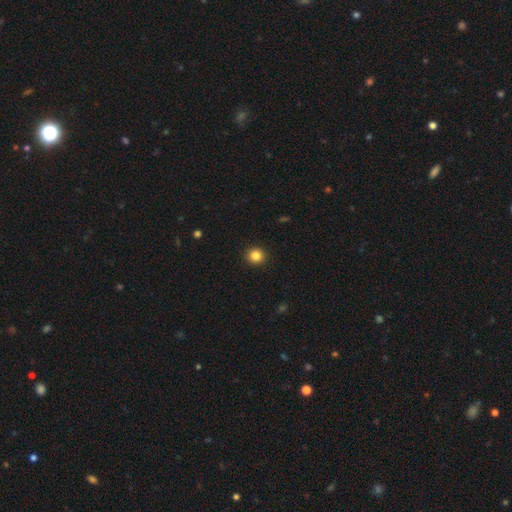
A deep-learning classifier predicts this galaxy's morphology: Overall: smooth (85%). How rounded: round (91%). Merging: none (92%).